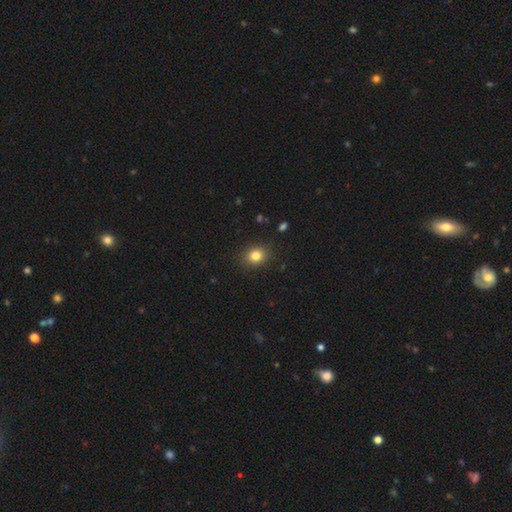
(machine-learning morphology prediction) A smooth galaxy with no disk features (82%) that is round (53%). Merging: none (87%).